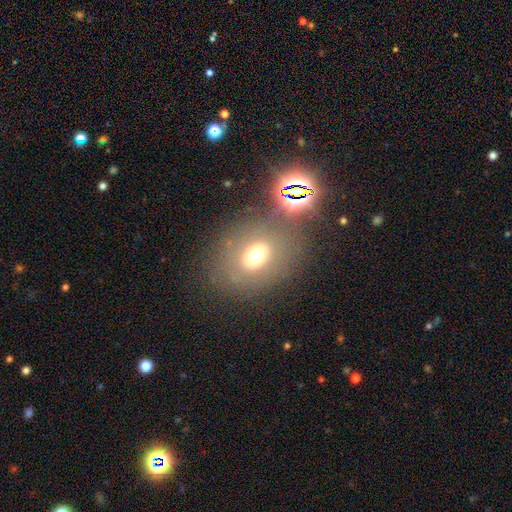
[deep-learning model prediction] smooth-or-featured: smooth: 60% | featured or disk: 21% | star or artifact: 19%
  how-rounded: round: 49% (tied) | in between: 49% (tied) | cigar-shaped: 1%
  merging: none: 64% | minor disturbance: 13% | merger: 13% | major disturbance: 9%